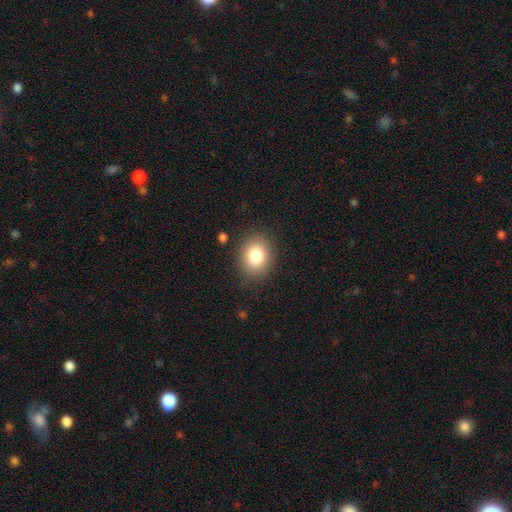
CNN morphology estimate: smooth 82%, star or artifact 10%, featured or disk 8%. Down the decision tree: how rounded — in between (51%); merging — none (84%).